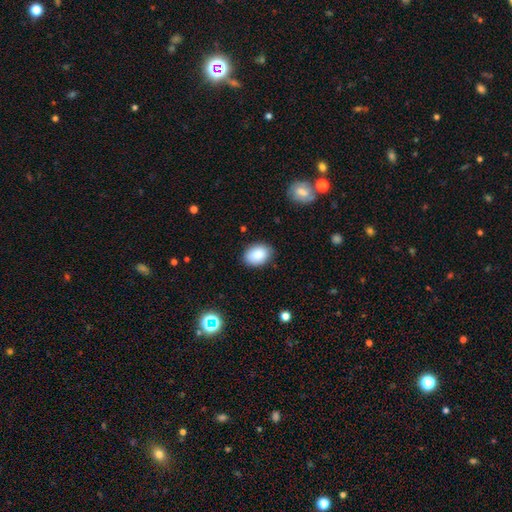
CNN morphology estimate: Smooth or featured?
  - smooth: 87% *
  - star or artifact: 8%
  - featured or disk: 6%
How rounded?
  - in between: 75% *
  - round: 24%
  - cigar-shaped: 1%
Merging?
  - none: 86% *
  - minor disturbance: 11%
  - major disturbance: 2%
  - merger: 1%